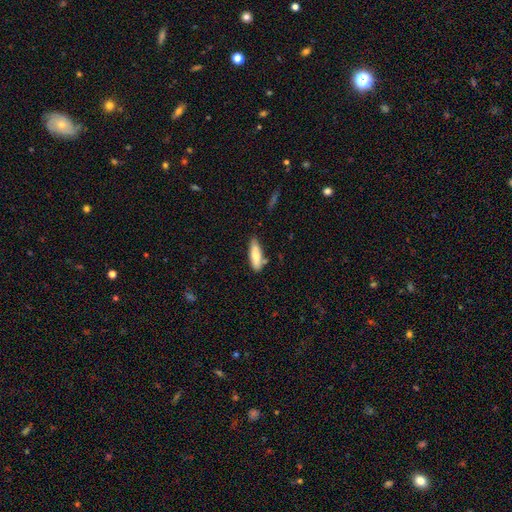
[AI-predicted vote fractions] smooth-or-featured: smooth: 74% | featured or disk: 20% | star or artifact: 6%
  how-rounded: in between: 50% | cigar-shaped: 48% | round: 2%
  merging: none: 75% | minor disturbance: 17% | merger: 5% | major disturbance: 3%